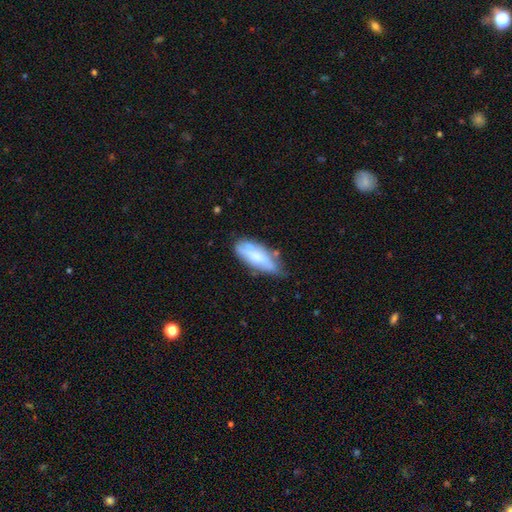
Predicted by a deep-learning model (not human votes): Smooth or featured: smooth — 63% (featured or disk — 29%)
How rounded: in between — 68% (cigar-shaped — 30%)
Merging: none — 53% (minor disturbance — 34%)